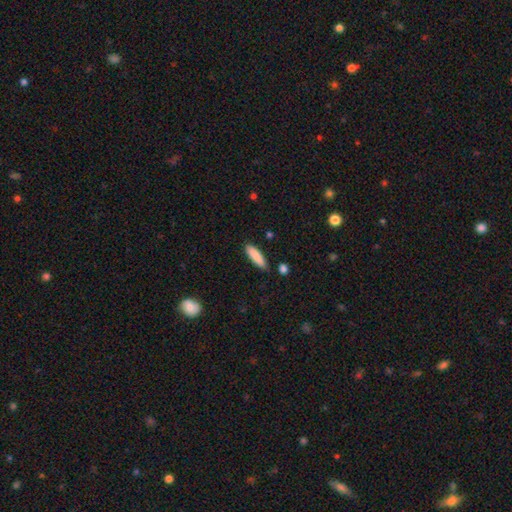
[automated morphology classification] A smooth galaxy with no disk features (86%) that is cigar-shaped (69%). Merging: none (83%).